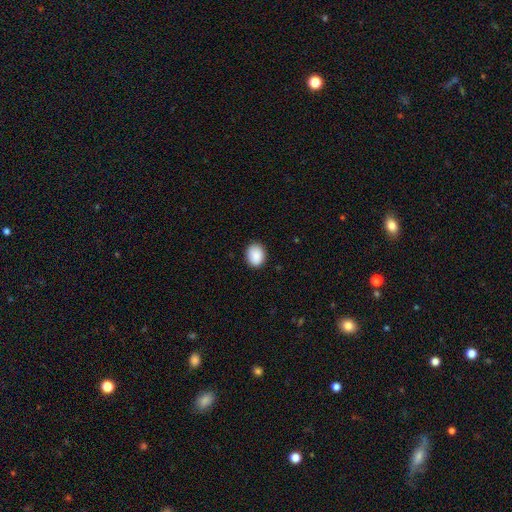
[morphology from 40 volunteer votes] Smooth or featured? 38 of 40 (95%) said smooth. How rounded? 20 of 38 (53%) said in between. Merging? 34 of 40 (85%) said none.